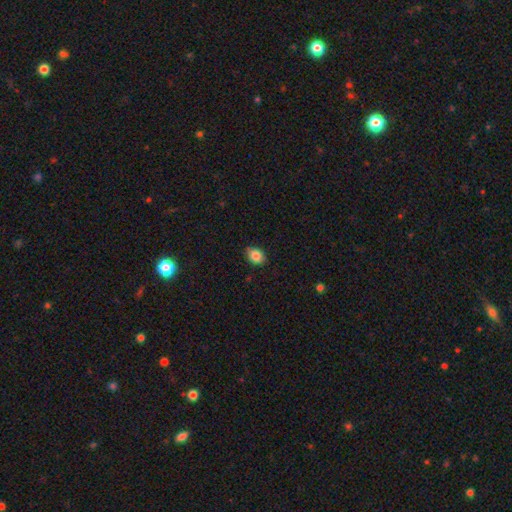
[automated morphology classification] smooth-or-featured: smooth: 85% | star or artifact: 9% | featured or disk: 5%
  how-rounded: in between: 52% | round: 47% | cigar-shaped: 1%
  merging: none: 83% | minor disturbance: 13% | major disturbance: 2% | merger: 1%